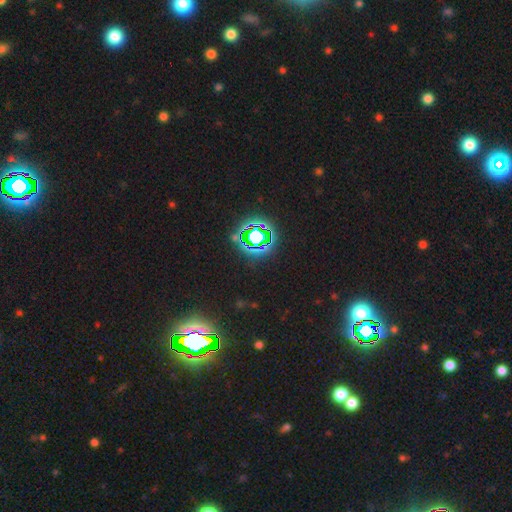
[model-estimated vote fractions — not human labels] Q: Smooth or featured?
A: star or artifact (82%); runner-up: smooth (11%)